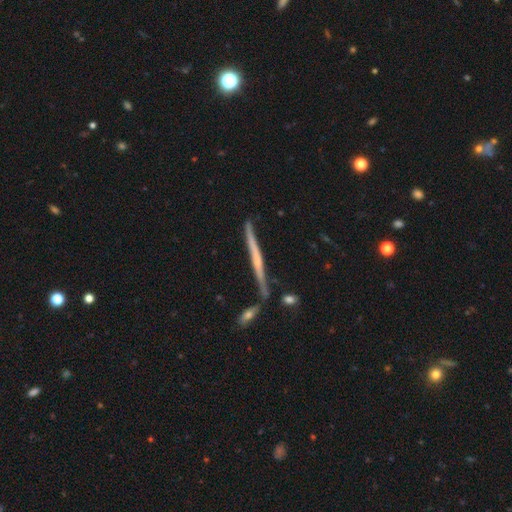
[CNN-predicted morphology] smooth_or_featured: featured or disk (p=0.67) [alt: smooth p=0.26]
disk_edge_on: yes (p=0.97) [alt: no p=0.03]
edge_on_bulge: none (p=0.64) [alt: rounded p=0.27]
merging: none (p=0.78) [alt: minor disturbance p=0.11]